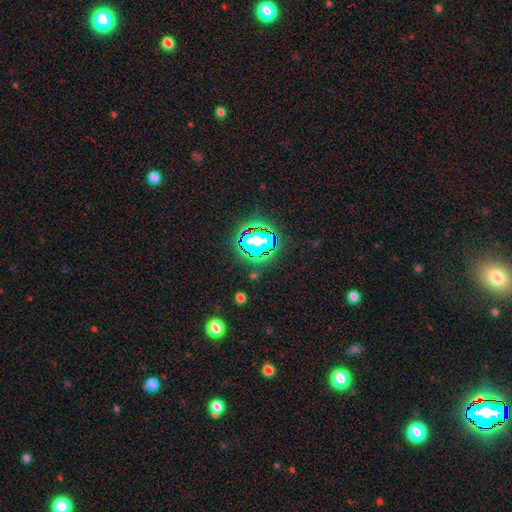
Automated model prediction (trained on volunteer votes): Smooth or featured: star or artifact — 82% (smooth — 12%)